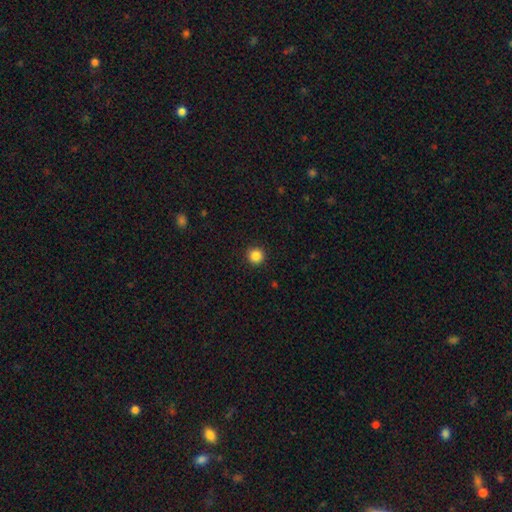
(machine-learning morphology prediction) This is clearly a smooth galaxy (86%). How rounded: clearly round (96%). Merging: clearly none (93%).